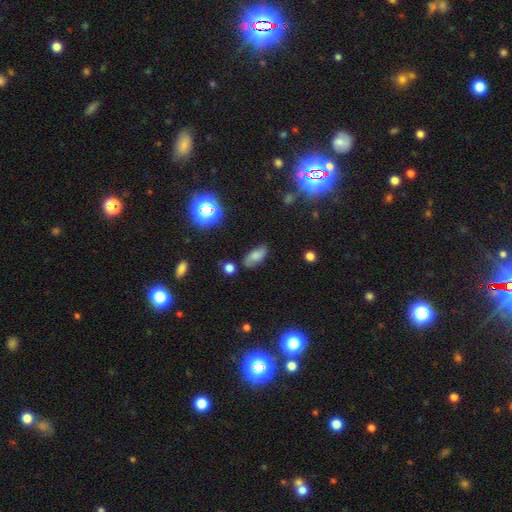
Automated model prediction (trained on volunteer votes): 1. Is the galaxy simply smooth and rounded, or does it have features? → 61% smooth, 26% featured or disk, 14% star or artifact.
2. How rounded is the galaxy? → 86% in between, 8% cigar-shaped, 6% round.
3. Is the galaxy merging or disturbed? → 73% none, 19% minor disturbance, 5% major disturbance, 4% merger.